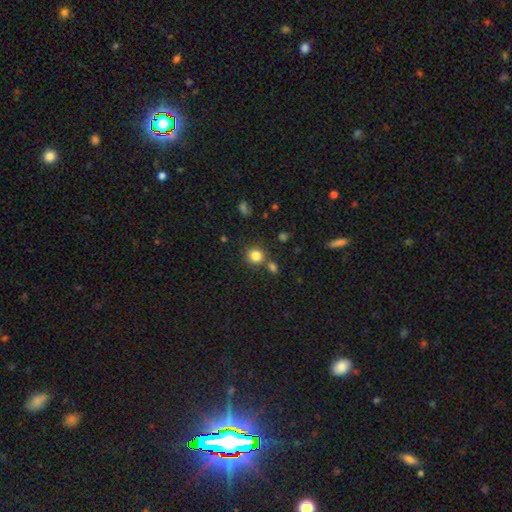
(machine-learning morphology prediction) Smooth or featured: smooth — 83% (star or artifact — 12%)
How rounded: round — 88% (in between — 11%)
Merging: none — 74% (merger — 14%)